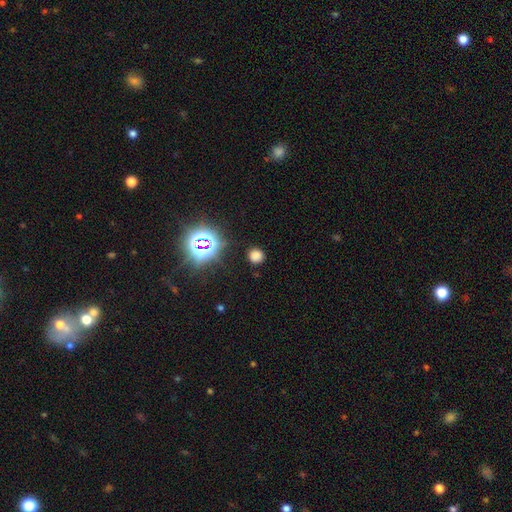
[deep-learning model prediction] A smooth galaxy with no disk features (68%) that is round (89%). Merging: none (87%).